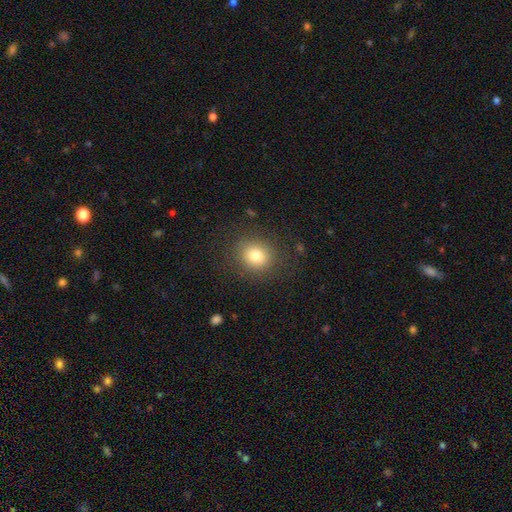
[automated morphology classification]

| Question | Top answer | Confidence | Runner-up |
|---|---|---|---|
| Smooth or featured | smooth | 80% | star or artifact (11%) |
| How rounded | round | 80% | in between (19%) |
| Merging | none | 86% | minor disturbance (9%) |